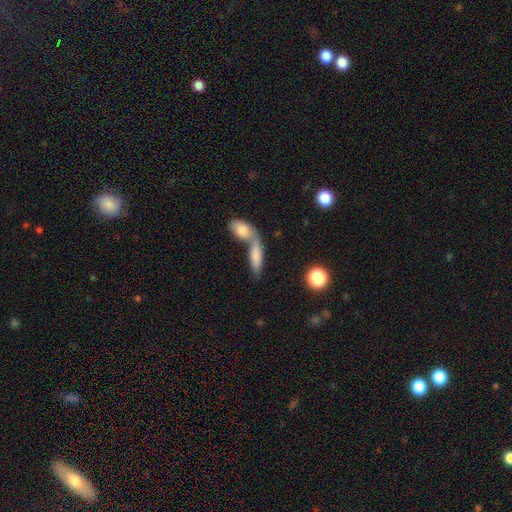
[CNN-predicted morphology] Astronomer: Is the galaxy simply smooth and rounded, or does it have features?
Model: smooth — 77%.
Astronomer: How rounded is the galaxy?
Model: in between — 60% (runner-up: cigar-shaped, 36%).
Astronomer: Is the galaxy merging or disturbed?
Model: merger — 63%.